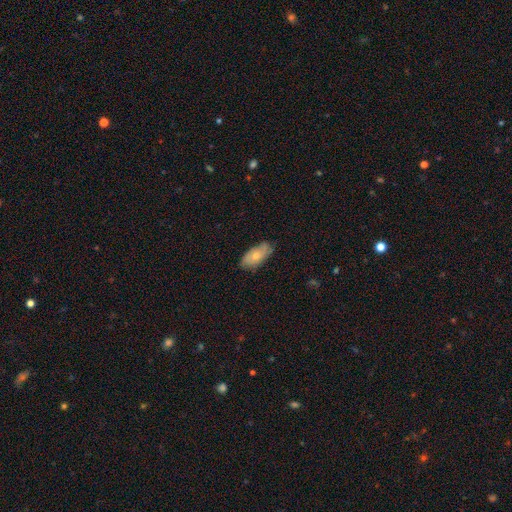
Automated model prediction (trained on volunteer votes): A smooth galaxy with no disk features (67%) that is in between round and cigar-shaped (91%).

Vote fractions:
- Smooth or featured? smooth: 67% / featured or disk: 27% / star or artifact: 6%
- How rounded? in between: 91% / cigar-shaped: 6% / round: 3%
- Merging? none: 72% / minor disturbance: 23% / major disturbance: 4% / merger: 1%